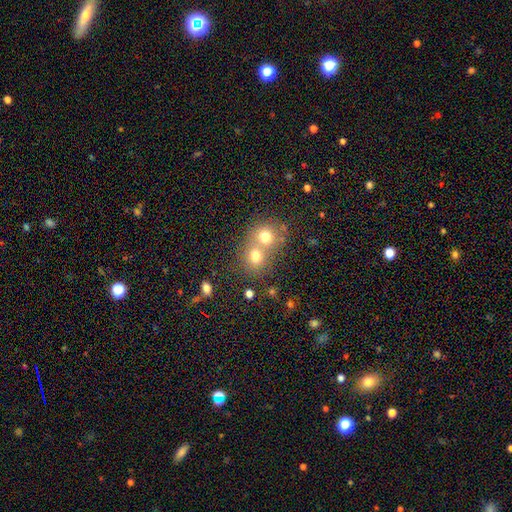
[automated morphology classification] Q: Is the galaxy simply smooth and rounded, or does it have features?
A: smooth — 73%.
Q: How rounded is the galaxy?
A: round — 76%.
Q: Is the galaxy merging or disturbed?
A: merger — 57%.